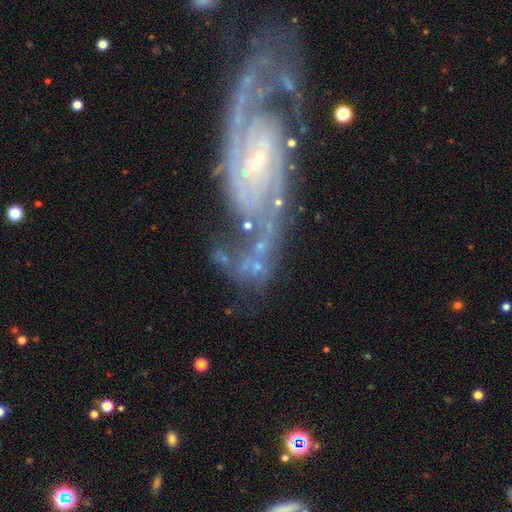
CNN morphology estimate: The model was most divided on "bar": weak: 43%, no: 40%, strong: 17%. Remaining: edge-on disk — no (96%); spiral arms — yes (96%); smooth or featured — featured or disk (88%); bulge size — small (73%); spiral arm count — 2 (66%); merging — none (58%); spiral winding — medium (44%).